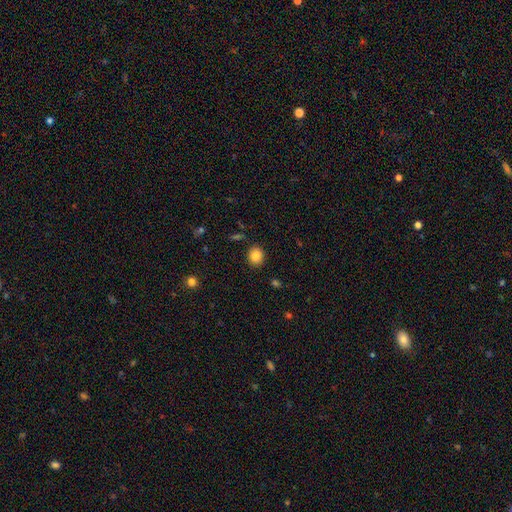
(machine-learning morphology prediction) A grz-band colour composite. It shows a smooth galaxy with no disk features (86%) that is round (70%). Merging: none (88%).